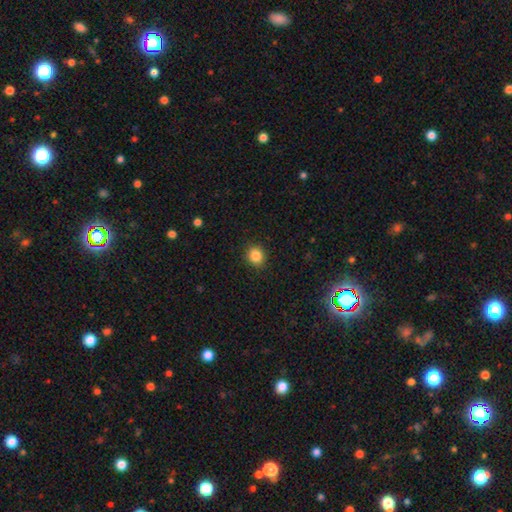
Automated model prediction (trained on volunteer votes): smooth-or-featured: smooth: 85% | star or artifact: 11% | featured or disk: 4%
  how-rounded: round: 77% | in between: 23% | cigar-shaped: 1%
  merging: none: 91% | minor disturbance: 6% | major disturbance: 2% | merger: 1%